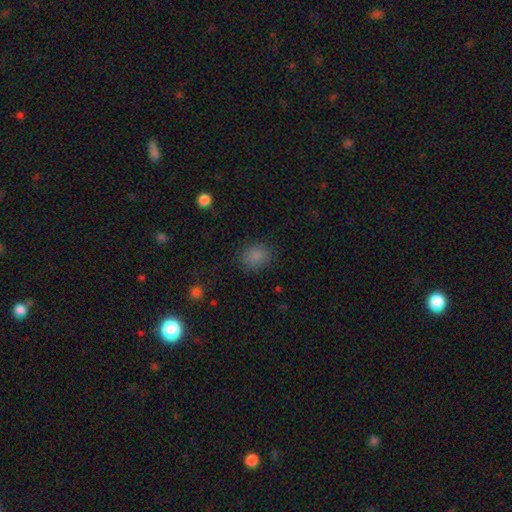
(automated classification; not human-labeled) This is clearly a smooth galaxy (84%). How rounded: likely round (64%). Merging: clearly none (84%).